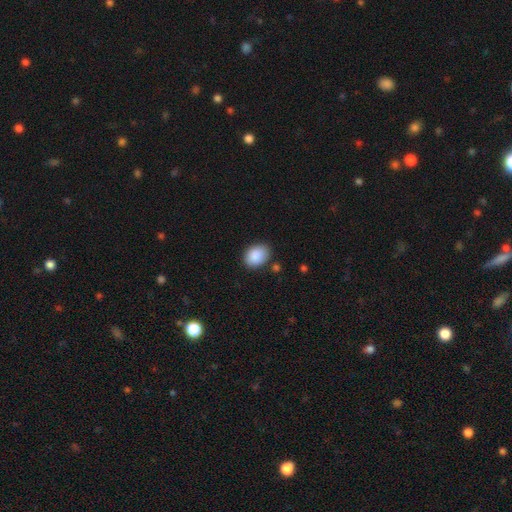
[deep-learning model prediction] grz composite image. It shows a smooth galaxy with no disk features (89%) that is in between round and cigar-shaped (73%). Merging: none (80%).